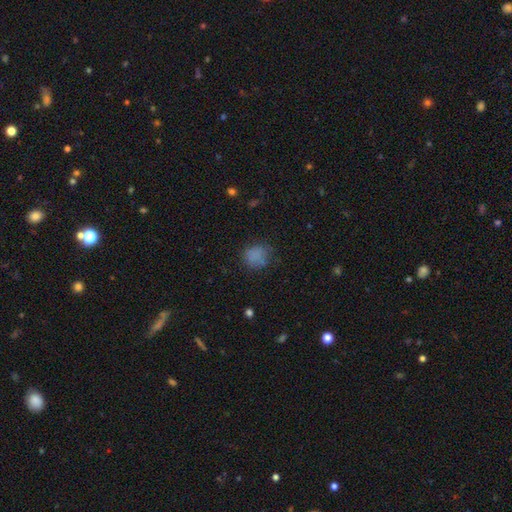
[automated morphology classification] smooth 77%, star or artifact 13%, featured or disk 9%. Down the decision tree: how rounded — round (73%); merging — none (66%).